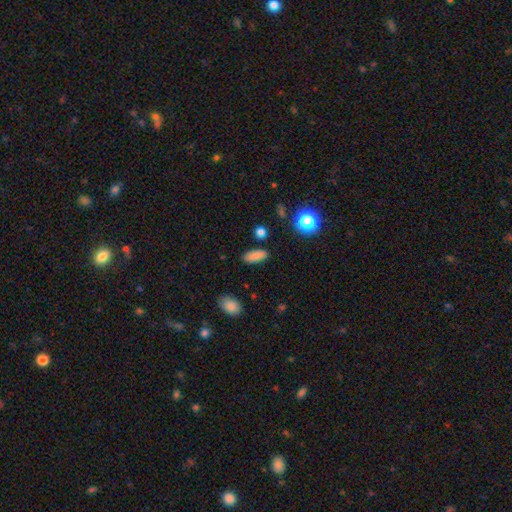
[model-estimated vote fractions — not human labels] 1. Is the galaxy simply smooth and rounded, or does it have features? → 85% smooth, 10% star or artifact, 5% featured or disk.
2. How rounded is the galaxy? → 79% in between, 17% cigar-shaped, 4% round.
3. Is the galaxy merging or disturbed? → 87% none, 8% minor disturbance, 2% major disturbance, 2% merger.